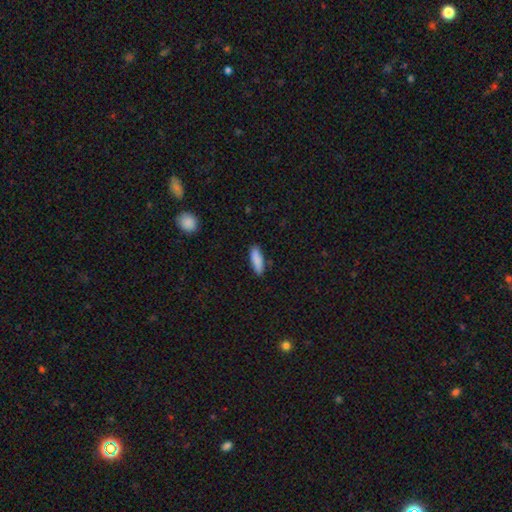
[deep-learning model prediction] This is clearly a smooth galaxy (88%). How rounded: possibly cigar-shaped (52%). Merging: clearly none (85%).